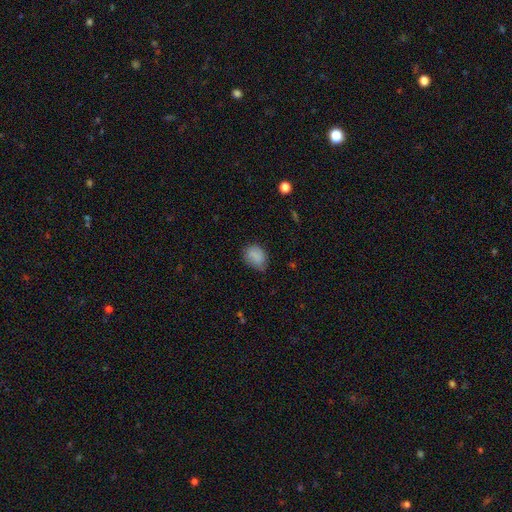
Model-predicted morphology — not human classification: This appears to be a smooth galaxy with no disk features (83%) that is in between round and cigar-shaped (59%). Merging: none (59%).